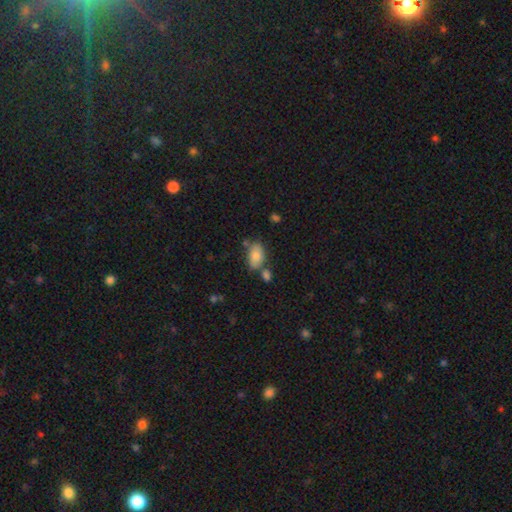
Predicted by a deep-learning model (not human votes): smooth 80%, featured or disk 12%, star or artifact 8%. Down the decision tree: how rounded — in between (90%); merging — none (57%).